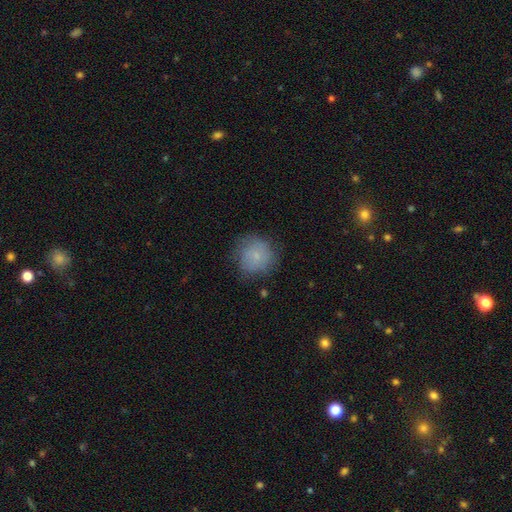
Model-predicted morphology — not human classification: Smooth or featured: smooth — 74% (featured or disk — 17%)
How rounded: round — 90% (in between — 9%)
Merging: none — 70% (minor disturbance — 21%)